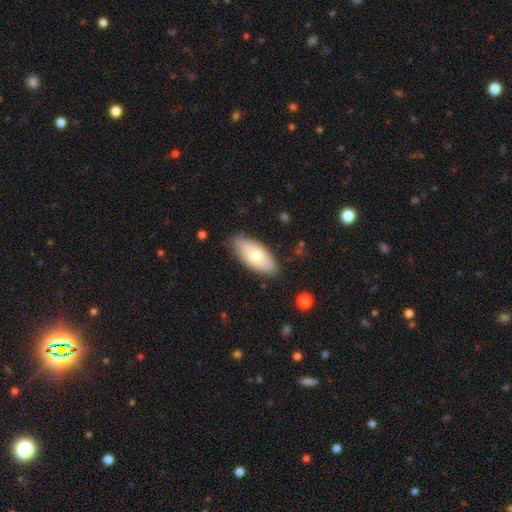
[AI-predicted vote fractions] Smooth or featured? Predicted: smooth (p=0.69). How rounded? Predicted: in between (p=0.89). Merging? Predicted: none (p=0.80).